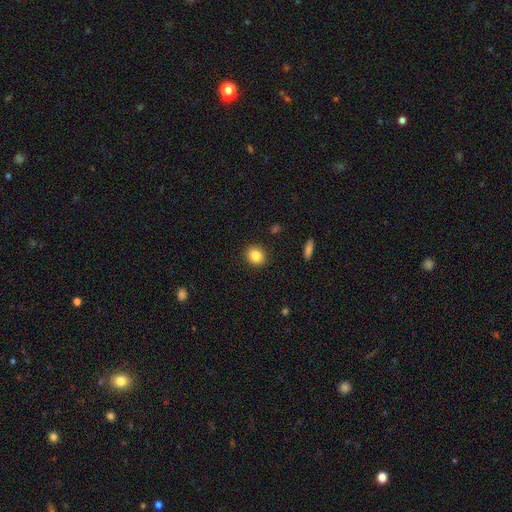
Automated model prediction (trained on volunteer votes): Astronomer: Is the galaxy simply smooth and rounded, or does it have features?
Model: smooth — 85%.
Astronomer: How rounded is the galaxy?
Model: round — 75%.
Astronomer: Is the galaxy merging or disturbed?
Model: none — 91%.